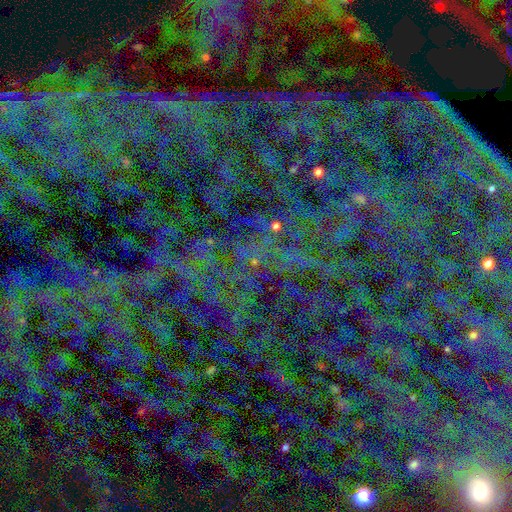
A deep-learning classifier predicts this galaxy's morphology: Q: Smooth or featured?
A: star or artifact (80%); runner-up: smooth (12%)